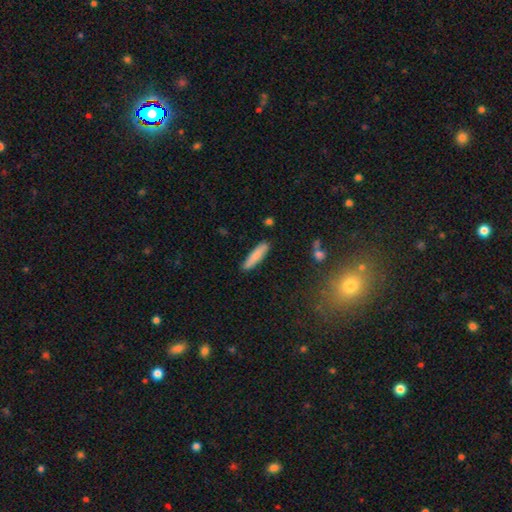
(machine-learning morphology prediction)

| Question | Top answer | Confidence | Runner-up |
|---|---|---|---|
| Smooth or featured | smooth | 81% | featured or disk (13%) |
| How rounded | cigar-shaped | 81% | in between (18%) |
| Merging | none | 87% | minor disturbance (9%) |